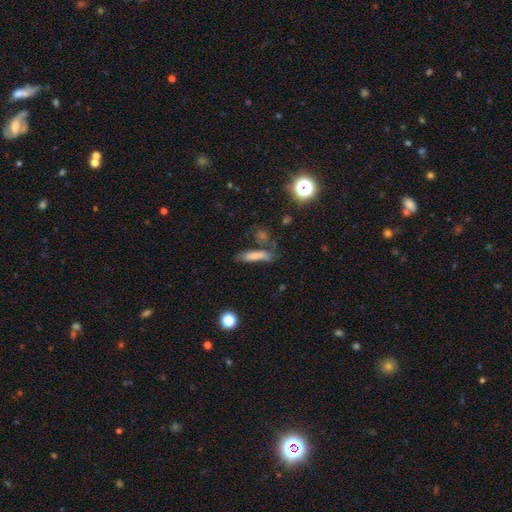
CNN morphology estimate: smooth 71%, featured or disk 17%, star or artifact 12%. Down the decision tree: how rounded — cigar-shaped (70%); merging — none (49%).